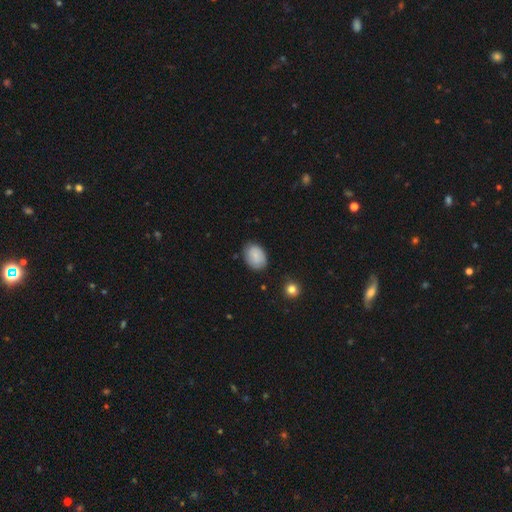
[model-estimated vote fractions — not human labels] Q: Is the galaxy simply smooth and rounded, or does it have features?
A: smooth — 79%.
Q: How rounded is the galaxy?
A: in between — 77%.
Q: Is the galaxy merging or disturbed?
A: none — 79%.